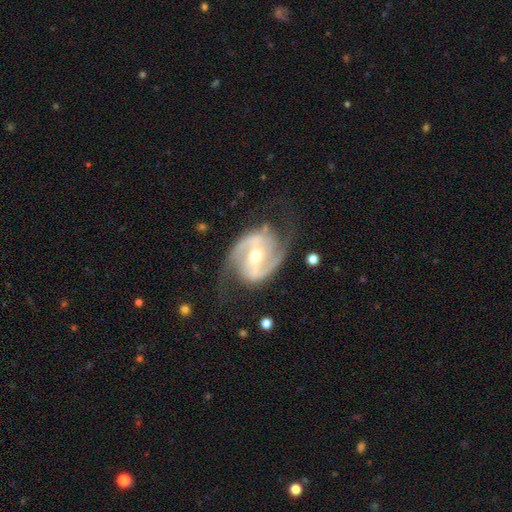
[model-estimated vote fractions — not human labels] This is clearly a featured or disk galaxy (92%). It is clearly not viewed edge-on (97%). Bar: marginally weak (40%). Spiral arm pattern: clearly yes (98%). Spiral arm count: clearly 2 (90%). Spiral winding: possibly medium (54%). Central bulge: likely moderate (65%). Merging: likely none (70%).